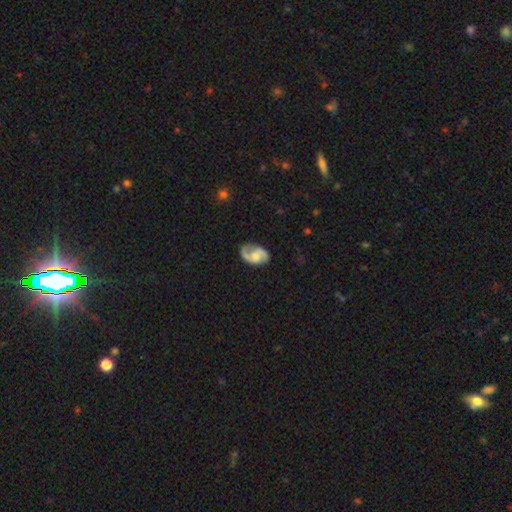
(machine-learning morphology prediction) Q: Smooth or featured?
A: featured or disk (80%); runner-up: smooth (14%)
Q: Edge-on disk?
A: no (98%); runner-up: yes (2%)
Q: Bar?
A: no (54%); runner-up: weak (39%)
Q: Spiral arms?
A: yes (95%); runner-up: no (5%)
Q: Spiral winding?
A: medium (51%); runner-up: loose (32%)
Q: Spiral arm count?
A: 2 (89%); runner-up: 1 (4%)
Q: Bulge size?
A: moderate (39%); runner-up: small (29%)
Q: Merging?
A: none (73%); runner-up: minor disturbance (18%)